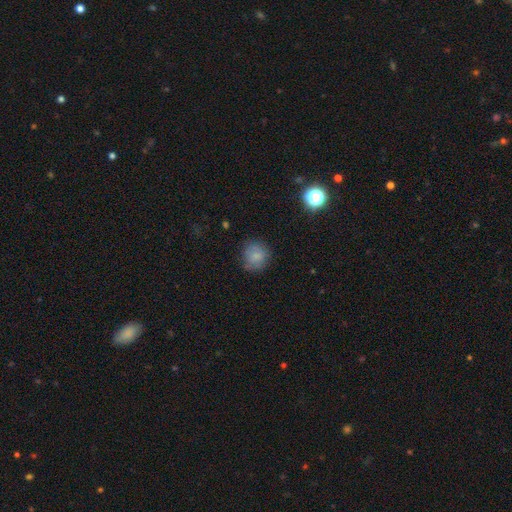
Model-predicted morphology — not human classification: The model was most divided on "merging": none: 75%, minor disturbance: 18%, major disturbance: 5%, merger: 2%. More confident: how rounded — round (83%); smooth or featured — smooth (80%).